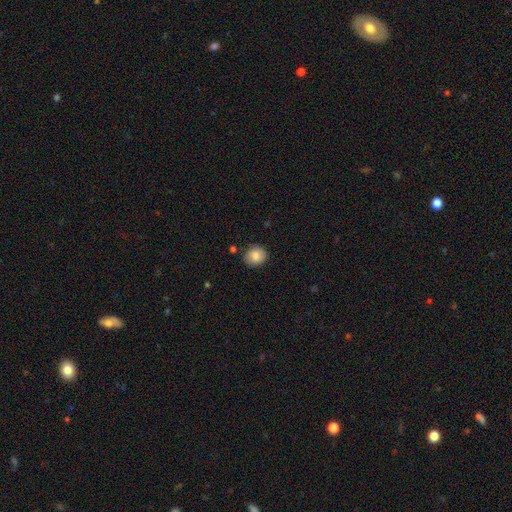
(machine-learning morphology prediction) smooth-or-featured: smooth: 83% | featured or disk: 9% | star or artifact: 8%
  how-rounded: round: 68% | in between: 32% | cigar-shaped: 1%
  merging: none: 84% | minor disturbance: 12% | major disturbance: 3% | merger: 2%